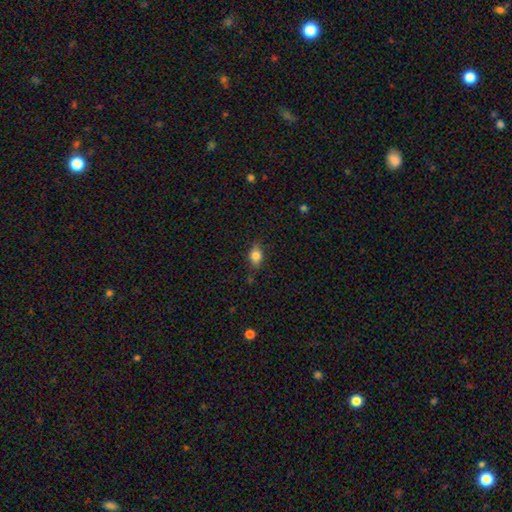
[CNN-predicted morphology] A smooth galaxy with no disk features (81%) that is in between round and cigar-shaped (78%).

Vote fractions:
- Smooth or featured? smooth: 81% / featured or disk: 10% / star or artifact: 9%
- How rounded? in between: 78% / round: 19% / cigar-shaped: 4%
- Merging? none: 79% / minor disturbance: 16% / major disturbance: 3% / merger: 2%